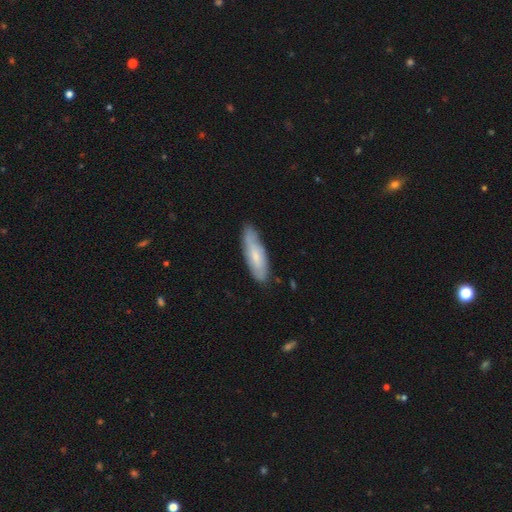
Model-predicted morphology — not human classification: The model was most divided on "how rounded": in between: 50%, cigar-shaped: 49%, round: 2%. More confident: merging — none (77%); smooth or featured — smooth (61%).